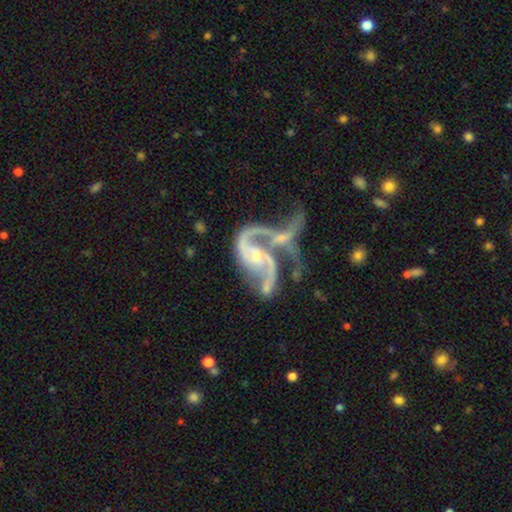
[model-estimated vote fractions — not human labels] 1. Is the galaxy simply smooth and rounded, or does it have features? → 90% featured or disk, 6% star or artifact, 5% smooth.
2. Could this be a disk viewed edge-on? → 98% no, 2% yes.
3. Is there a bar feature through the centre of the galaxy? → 52% no, 35% weak, 13% strong.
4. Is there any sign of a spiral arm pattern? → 95% yes, 5% no.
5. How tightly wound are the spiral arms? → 46% medium, 40% loose, 14% tight.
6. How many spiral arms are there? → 79% 2, 6% 3, 5% can't tell, 5% 1, 2% 4, 2% more than 4.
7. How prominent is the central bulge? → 61% small, 23% moderate, 13% none, 2% large, 1% dominant.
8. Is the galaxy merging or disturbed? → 45% merger, 25% major disturbance, 18% none, 12% minor disturbance.